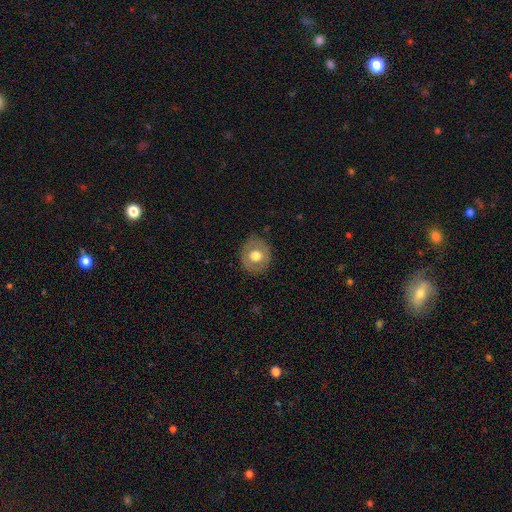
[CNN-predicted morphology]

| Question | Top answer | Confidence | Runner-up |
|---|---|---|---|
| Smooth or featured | smooth | 62% | featured or disk (31%) |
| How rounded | round | 81% | in between (18%) |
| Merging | none | 86% | minor disturbance (10%) |